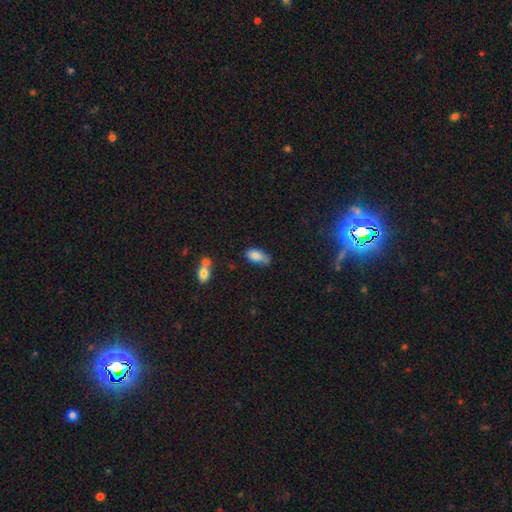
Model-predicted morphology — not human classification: The model was most divided on "merging": none: 44%, minor disturbance: 36%, major disturbance: 10%, merger: 9%. More confident: how rounded — in between (90%); smooth or featured — smooth (81%).